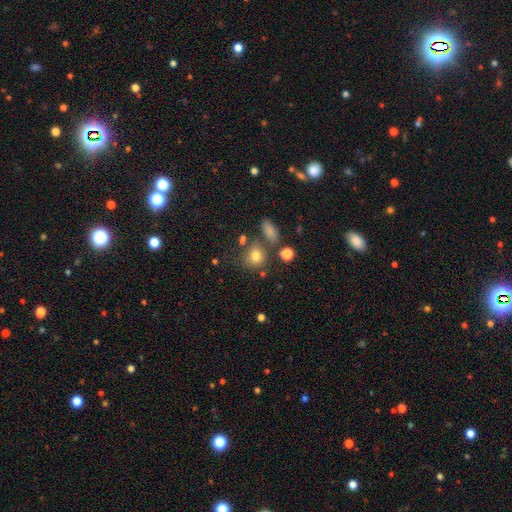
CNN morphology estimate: The model was most divided on "how rounded": round: 72%, in between: 26%, cigar-shaped: 2%. More confident: smooth or featured — smooth (78%); merging — none (65%).